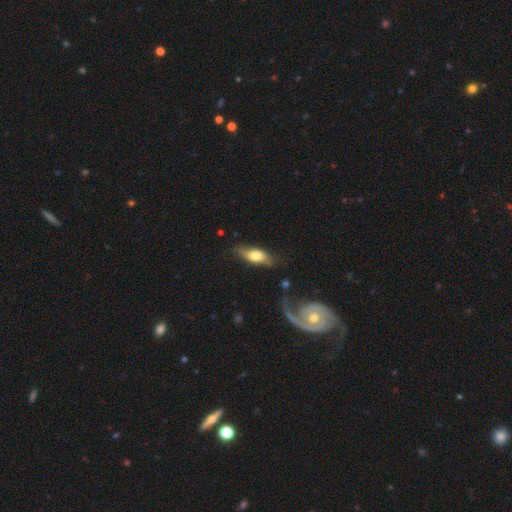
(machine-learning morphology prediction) This is likely a smooth galaxy (60%). How rounded: likely in between (70%). Merging: likely none (69%).